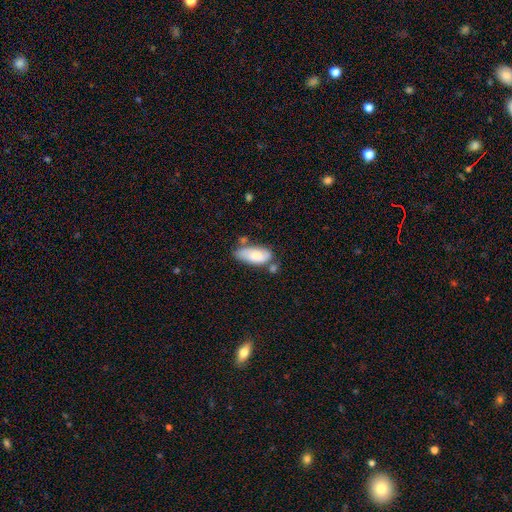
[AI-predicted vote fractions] This appears to be a smooth galaxy with no disk features (75%) that is in between round and cigar-shaped (87%). Merging: none (48%).